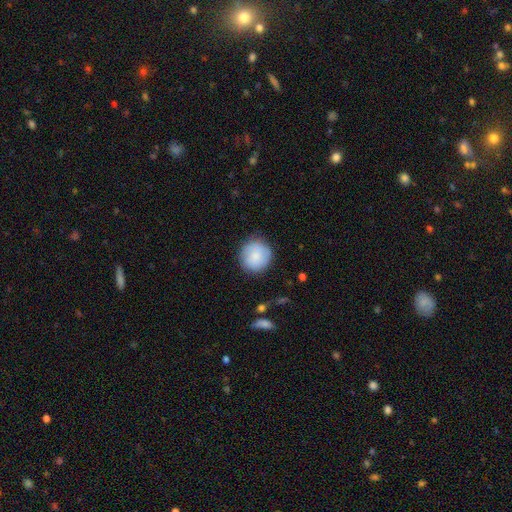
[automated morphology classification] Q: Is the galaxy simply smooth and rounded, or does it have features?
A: smooth — 80%.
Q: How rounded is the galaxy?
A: round — 92%.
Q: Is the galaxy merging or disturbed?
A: none — 84%.